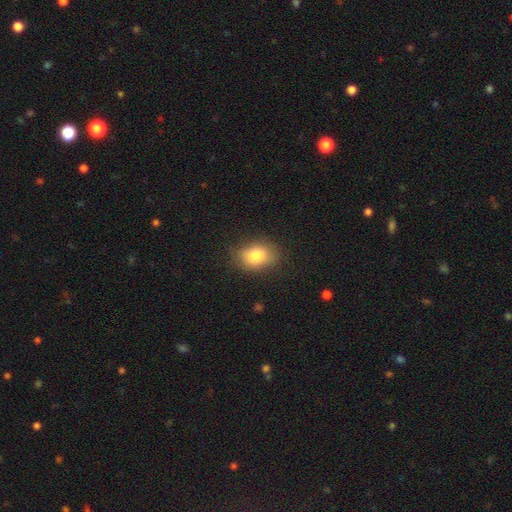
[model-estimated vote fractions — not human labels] Smooth or featured: smooth — 82% (featured or disk — 9%)
How rounded: in between — 77% (round — 22%)
Merging: none — 79% (minor disturbance — 16%)